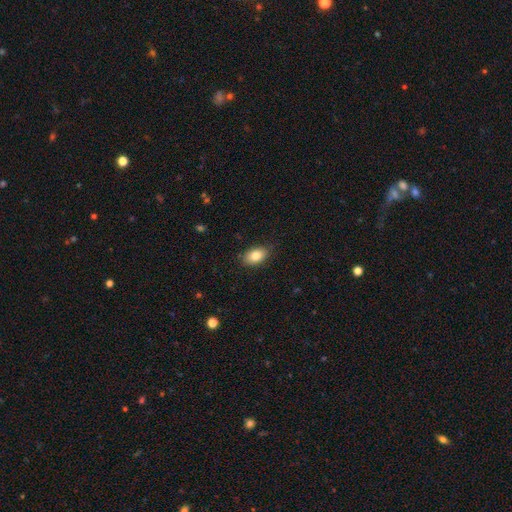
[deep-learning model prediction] A smooth galaxy with no disk features (83%) that is in between round and cigar-shaped (89%).

Vote fractions:
- Smooth or featured? smooth: 83% / featured or disk: 9% / star or artifact: 8%
- How rounded? in between: 89% / round: 9% / cigar-shaped: 2%
- Merging? none: 86% / minor disturbance: 11% / major disturbance: 2% / merger: 1%